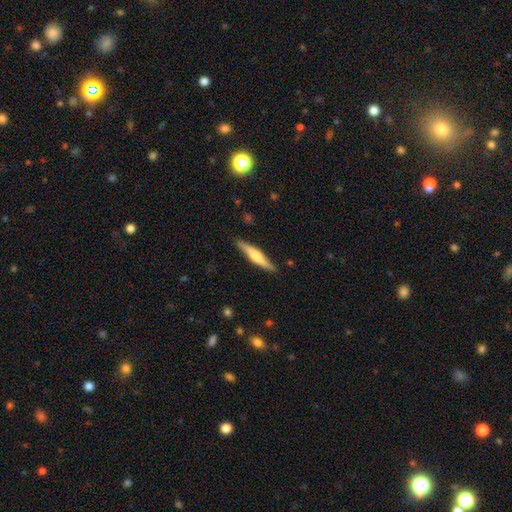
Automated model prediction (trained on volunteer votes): Smooth or featured?
  - featured or disk: 50% *
  - smooth: 45%
  - star or artifact: 5%
Merging?
  - none: 87% *
  - minor disturbance: 10%
  - major disturbance: 2%
  - merger: 1%